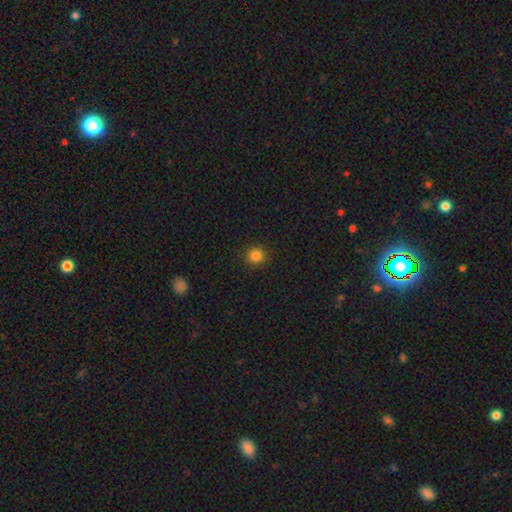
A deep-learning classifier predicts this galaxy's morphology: Overall: smooth (84%). How rounded: round (94%). Merging: none (92%).